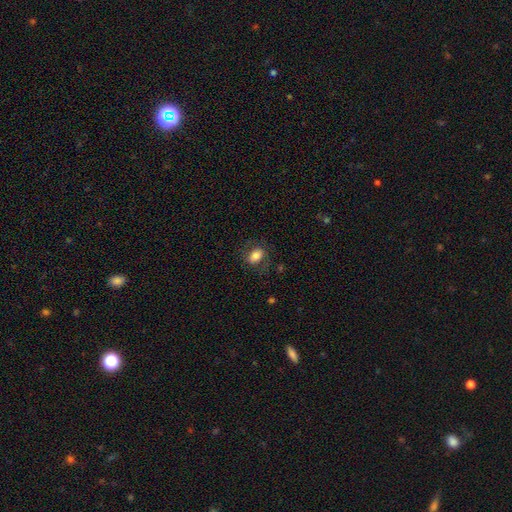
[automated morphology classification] type=smooth (78%); roundness=in between (81%); merging=none (74%).